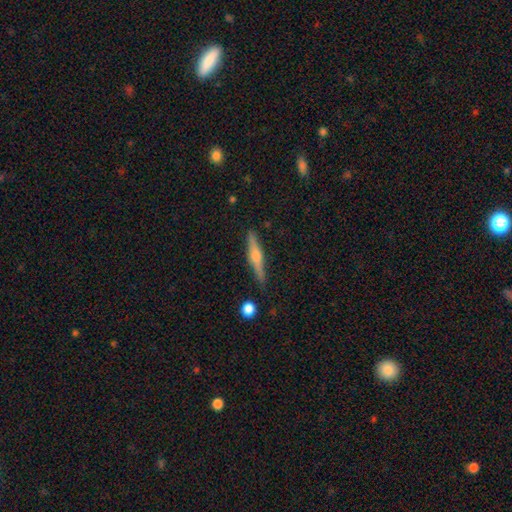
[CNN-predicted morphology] Smooth or featured? featured or disk (65%)
Edge-on disk? yes (98%)
Edge-on bulge? rounded (86%)
Merging? none (88%)